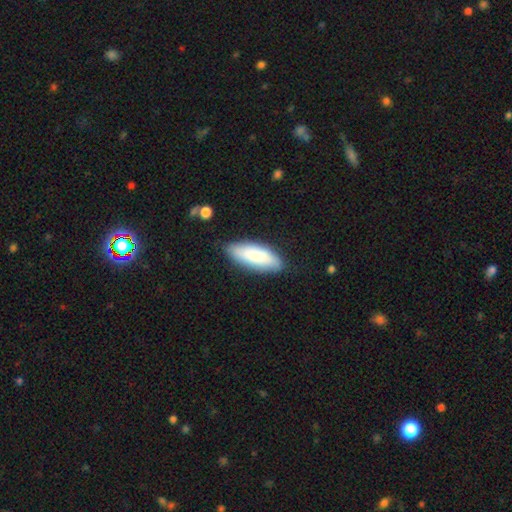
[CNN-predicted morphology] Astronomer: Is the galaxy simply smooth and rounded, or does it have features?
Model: smooth — 77%.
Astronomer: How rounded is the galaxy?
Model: in between — 70%.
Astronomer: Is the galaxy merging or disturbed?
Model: none — 80%.